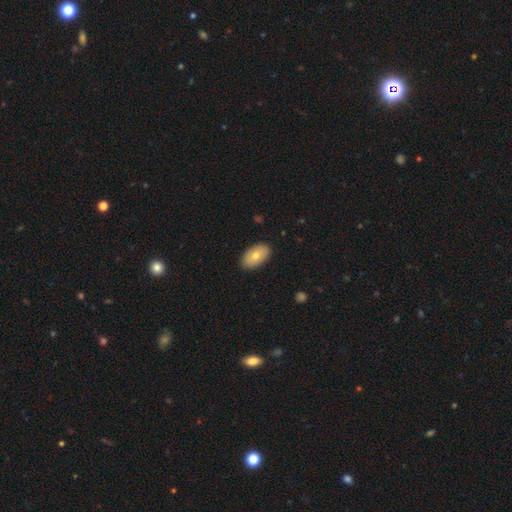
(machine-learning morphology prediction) Overall: smooth (71%). How rounded: in between (93%). Merging: none (88%).